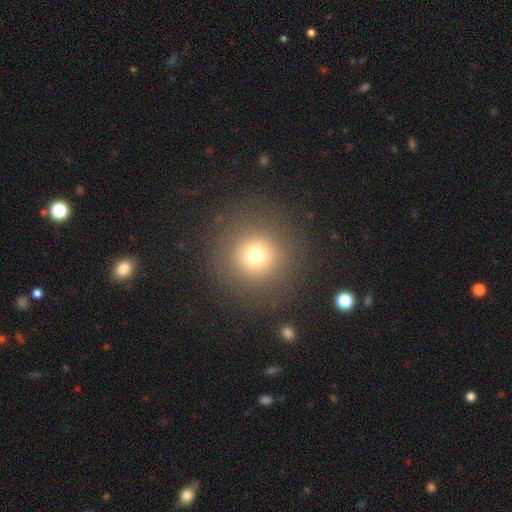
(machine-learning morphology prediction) smooth-or-featured: smooth: 72% | star or artifact: 17% | featured or disk: 11%
  how-rounded: round: 95% | in between: 4% | cigar-shaped: 1%
  merging: none: 86% | minor disturbance: 7% | major disturbance: 5% | merger: 2%